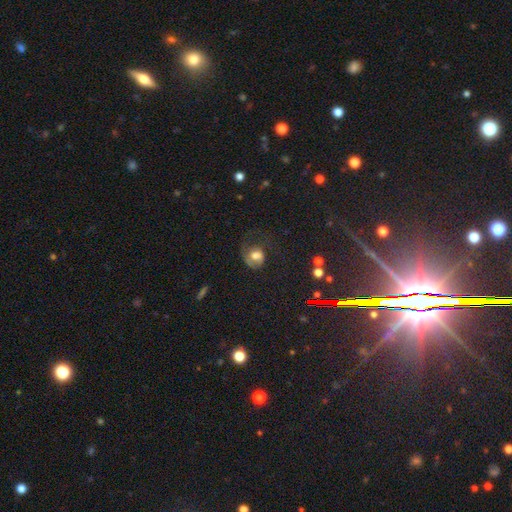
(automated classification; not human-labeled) Overall: smooth (56%; featured or disk 33%). How rounded: round (58%; in between 41%). Merging: major disturbance (45%; none 32%).